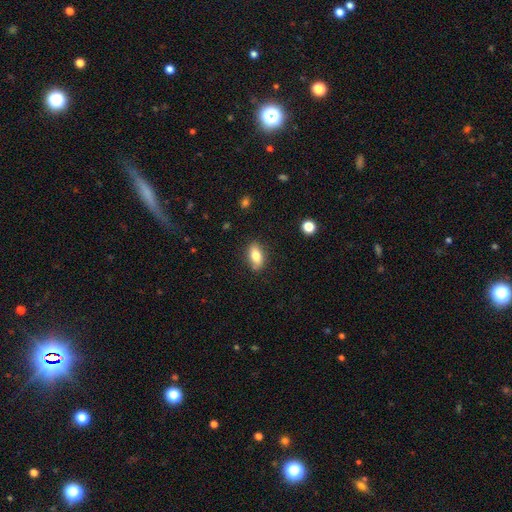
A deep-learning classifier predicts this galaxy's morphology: smooth 76%, featured or disk 17%, star or artifact 7%. Down the decision tree: how rounded — in between (84%); merging — none (82%).